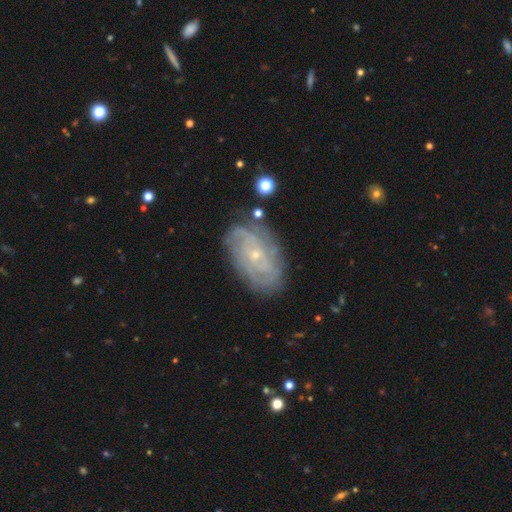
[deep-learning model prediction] Smooth or featured: featured or disk — 80% (smooth — 12%)
Edge-on disk: no — 96% (yes — 4%)
Bar: no — 75% (weak — 21%)
Spiral arms: yes — 92% (no — 8%)
Spiral winding: tight — 61% (medium — 30%)
Spiral arm count: can't tell — 39% (2 — 18%)
Bulge size: small — 82% (moderate — 15%)
Merging: none — 76% (minor disturbance — 17%)